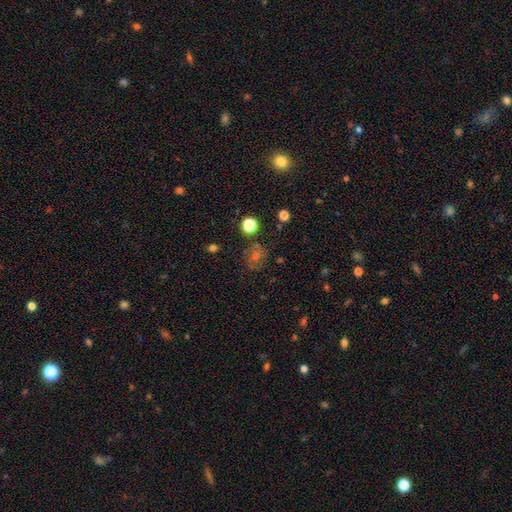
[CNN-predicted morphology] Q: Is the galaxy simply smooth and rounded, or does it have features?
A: smooth — 39%.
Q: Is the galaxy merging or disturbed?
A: none — 78%.